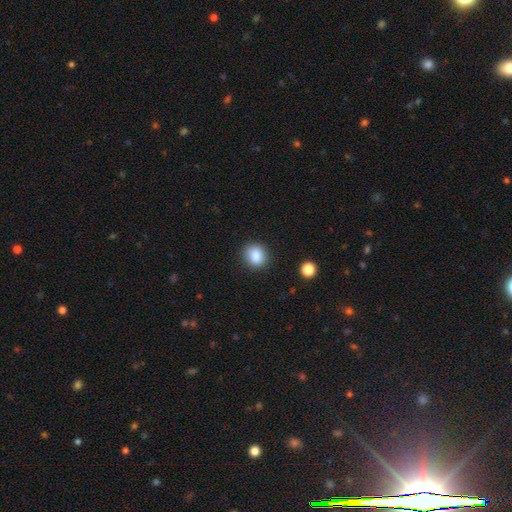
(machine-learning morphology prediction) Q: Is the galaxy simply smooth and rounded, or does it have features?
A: smooth — 86%.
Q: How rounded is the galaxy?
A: round — 79%.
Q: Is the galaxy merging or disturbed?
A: none — 87%.